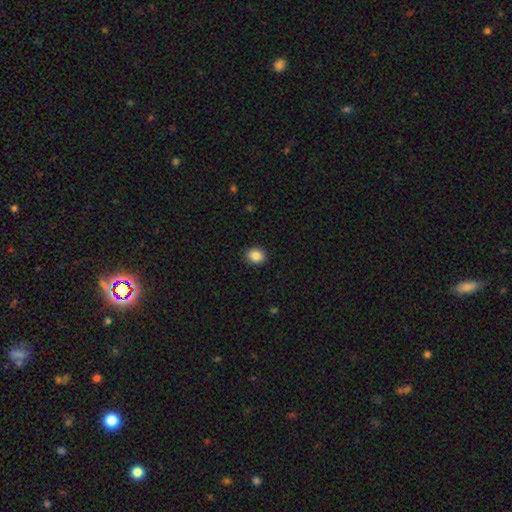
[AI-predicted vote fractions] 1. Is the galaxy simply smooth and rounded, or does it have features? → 87% smooth, 9% star or artifact, 4% featured or disk.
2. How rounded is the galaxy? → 67% round, 32% in between, 1% cigar-shaped.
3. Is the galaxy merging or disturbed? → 91% none, 6% minor disturbance, 2% major disturbance, 1% merger.